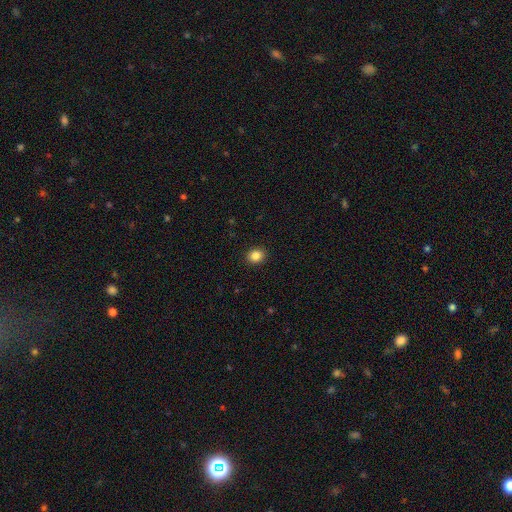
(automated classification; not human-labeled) Smooth or featured?
  - smooth: 85% *
  - star or artifact: 10%
  - featured or disk: 4%
How rounded?
  - round: 65% *
  - in between: 34%
  - cigar-shaped: 1%
Merging?
  - none: 91% *
  - minor disturbance: 6%
  - major disturbance: 2%
  - merger: 1%